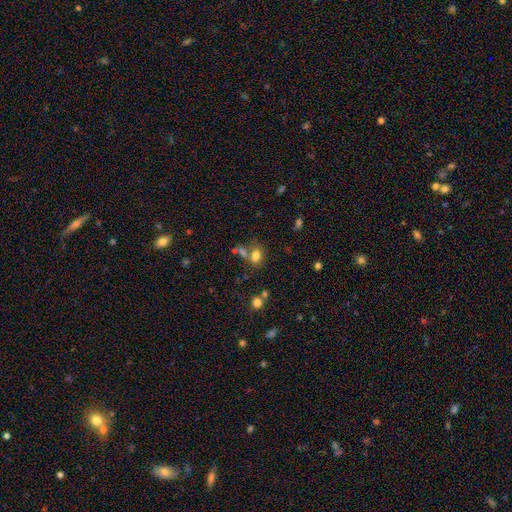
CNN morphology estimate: This appears to be a smooth galaxy with no disk features (76%) that is in between round and cigar-shaped (74%). Merging: none (54%).